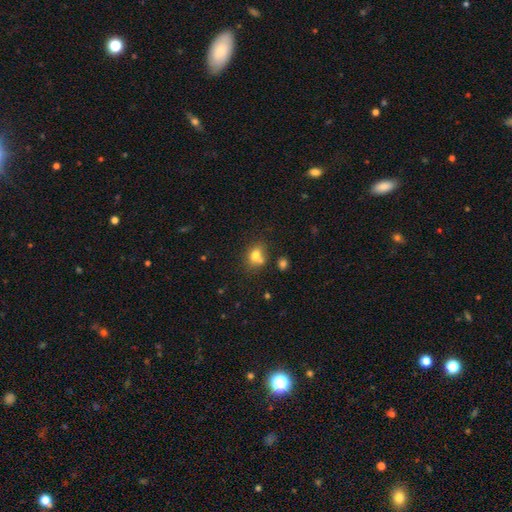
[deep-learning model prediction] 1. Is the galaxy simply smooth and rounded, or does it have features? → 74% smooth, 13% featured or disk, 12% star or artifact.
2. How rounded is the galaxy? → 50% round, 48% in between, 1% cigar-shaped.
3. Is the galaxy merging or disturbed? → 52% none, 29% merger, 14% minor disturbance, 5% major disturbance.